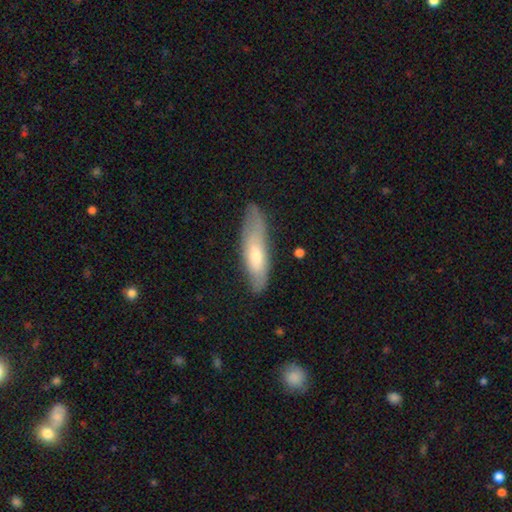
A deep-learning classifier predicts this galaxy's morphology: Smooth or featured? smooth (56%)
How rounded? cigar-shaped (62%)
Merging? none (68%)